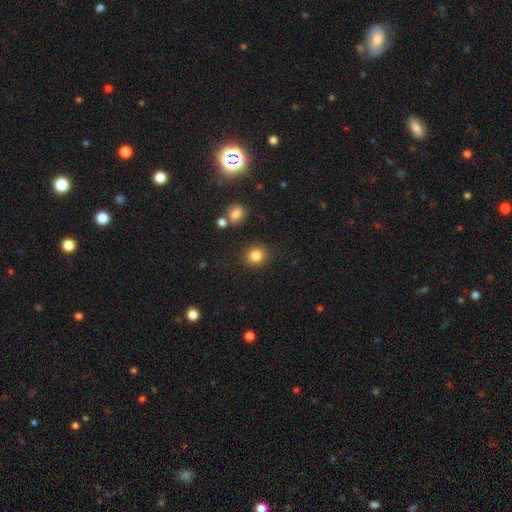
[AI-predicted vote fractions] A smooth galaxy with no disk features (83%) that is round (85%).

Vote fractions:
- Smooth or featured? smooth: 83% / star or artifact: 11% / featured or disk: 6%
- How rounded? round: 85% / in between: 14% / cigar-shaped: 1%
- Merging? none: 88% / minor disturbance: 7% / major disturbance: 3% / merger: 3%